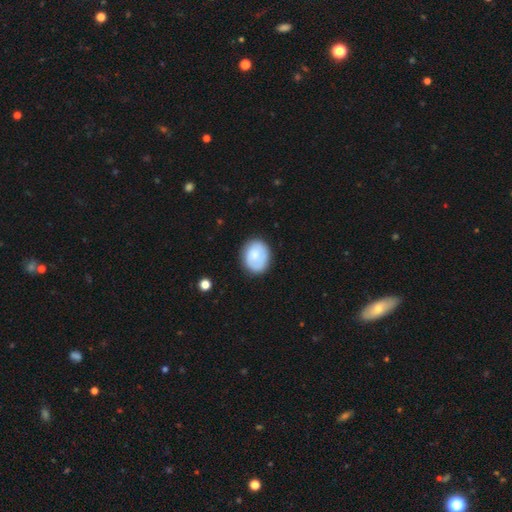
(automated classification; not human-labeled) Smooth or featured?
  - smooth: 74% *
  - featured or disk: 20%
  - star or artifact: 6%
How rounded?
  - round: 50% *
  - in between: 49%
  - cigar-shaped: 1%
Merging?
  - none: 82% *
  - minor disturbance: 13%
  - major disturbance: 3%
  - merger: 1%